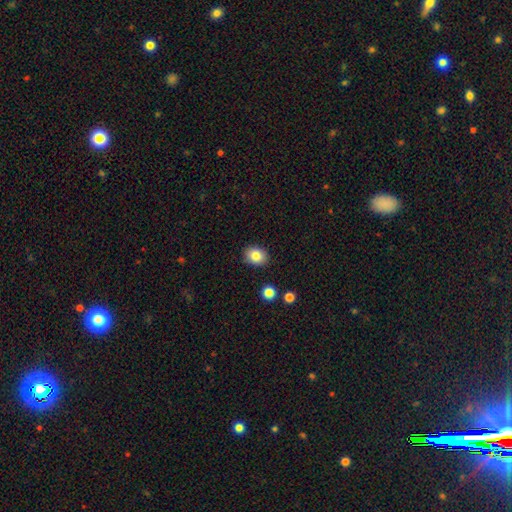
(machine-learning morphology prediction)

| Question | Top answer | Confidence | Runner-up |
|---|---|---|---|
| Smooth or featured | smooth | 83% | star or artifact (9%) |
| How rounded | in between | 52% | round (47%) |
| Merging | none | 89% | minor disturbance (8%) |